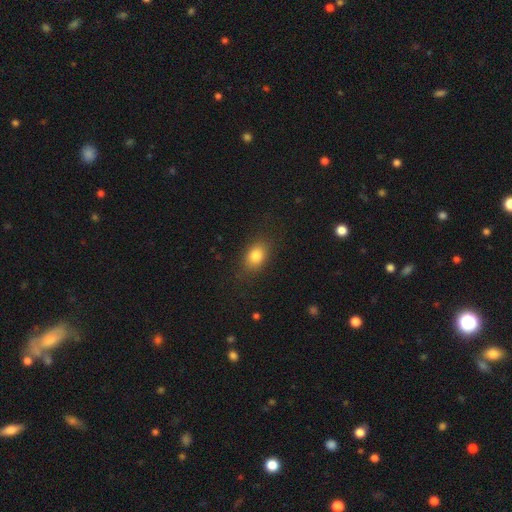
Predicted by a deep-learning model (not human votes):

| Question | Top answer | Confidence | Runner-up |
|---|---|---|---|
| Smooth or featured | smooth | 83% | star or artifact (9%) |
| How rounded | in between | 75% | round (23%) |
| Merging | none | 82% | minor disturbance (12%) |